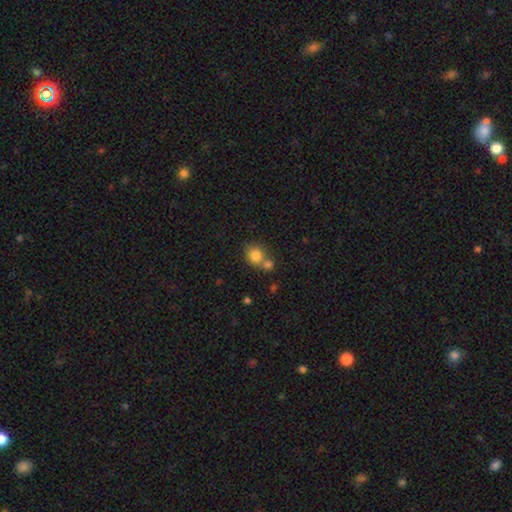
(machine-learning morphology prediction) Smooth or featured: smooth — 80% (featured or disk — 10%)
How rounded: round — 67% (in between — 32%)
Merging: merger — 46% (none — 40%)